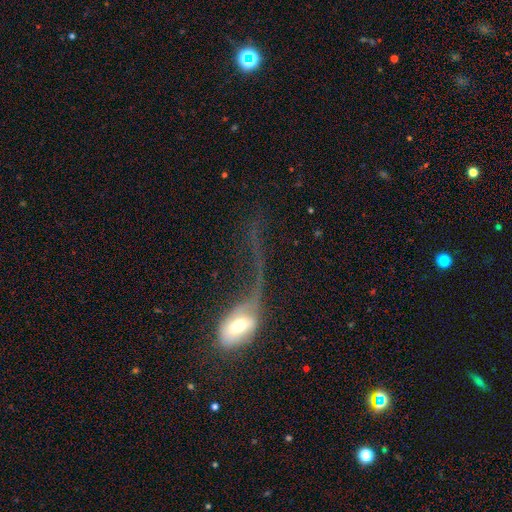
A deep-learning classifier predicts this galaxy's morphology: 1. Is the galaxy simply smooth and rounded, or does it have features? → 44% featured or disk, 40% smooth, 16% star or artifact.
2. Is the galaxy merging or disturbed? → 57% major disturbance, 18% none, 13% merger, 12% minor disturbance.